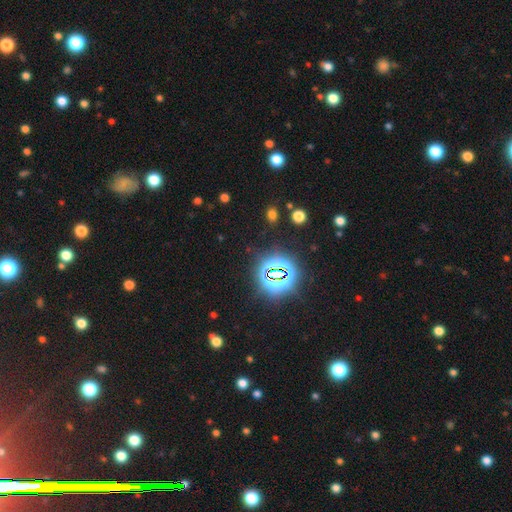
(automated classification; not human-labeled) Smooth or featured: star or artifact — 82% (smooth — 12%)